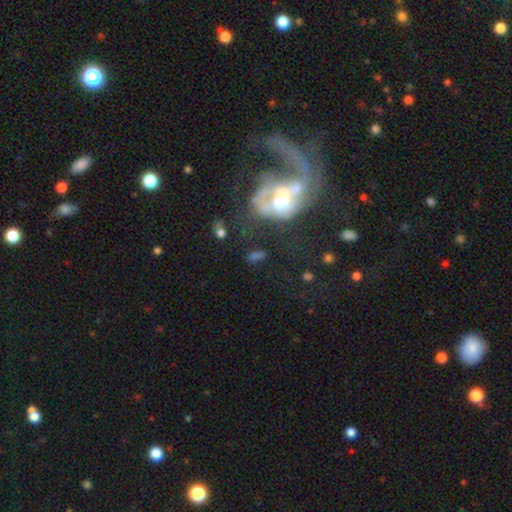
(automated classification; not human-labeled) featured or disk 54%, smooth 30%, star or artifact 16%. Down the decision tree: edge-on disk — no (94%); bar — no (70%); spiral arms — no (65%); bulge size — moderate (55%); merging — major disturbance (32%).